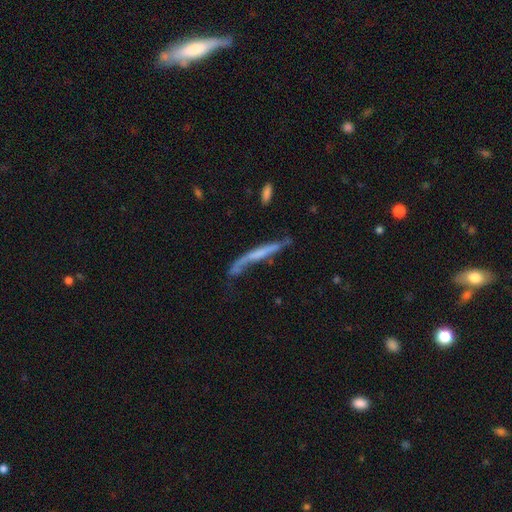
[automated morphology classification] Smooth or featured? Predicted: featured or disk (p=0.55). Edge-on disk? Predicted: yes (p=0.77). Merging? Predicted: none (p=0.44).